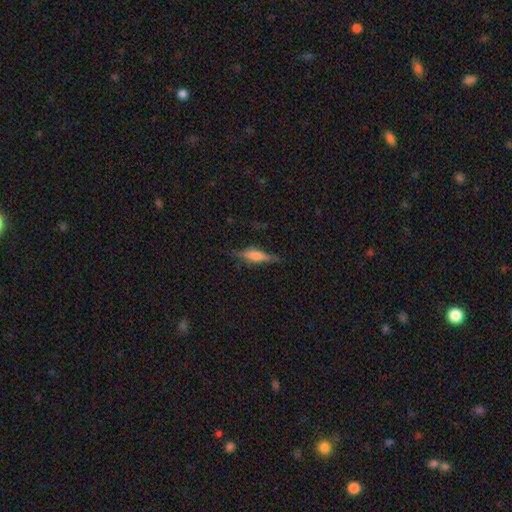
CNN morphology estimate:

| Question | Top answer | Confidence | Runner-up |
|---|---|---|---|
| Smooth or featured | featured or disk | 53% | smooth (39%) |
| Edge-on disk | yes | 95% | no (5%) |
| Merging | none | 79% | minor disturbance (15%) |